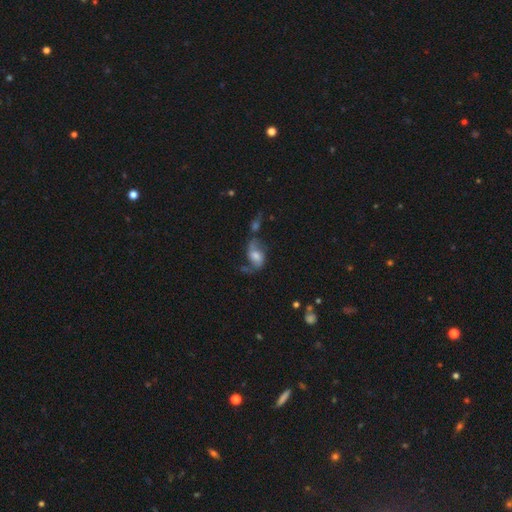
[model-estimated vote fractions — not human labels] Smooth or featured? Predicted: featured or disk (p=0.52). Edge-on disk? Predicted: no (p=0.95). Merging? Predicted: none (p=0.37).